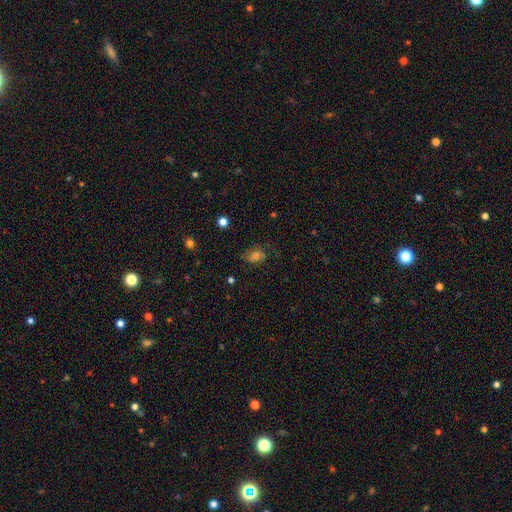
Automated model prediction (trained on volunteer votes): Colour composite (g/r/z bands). It shows a smooth galaxy with no disk features (52%) that is in between round and cigar-shaped (72%). Merging: none (63%).